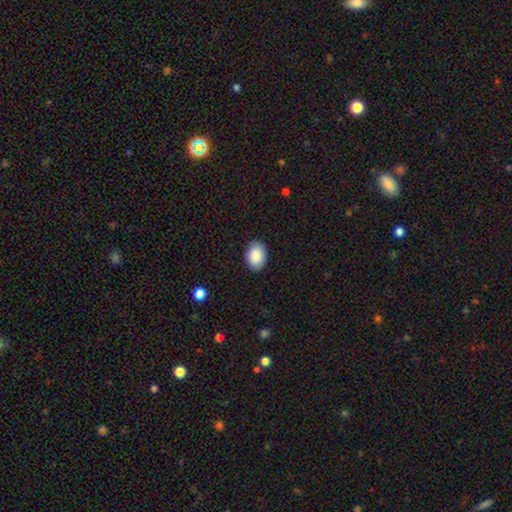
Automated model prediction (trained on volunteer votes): smooth-or-featured: smooth: 89% | star or artifact: 7% | featured or disk: 4%
  how-rounded: in between: 81% | round: 18% | cigar-shaped: 1%
  merging: none: 88% | minor disturbance: 10% | major disturbance: 2% | merger: 1%